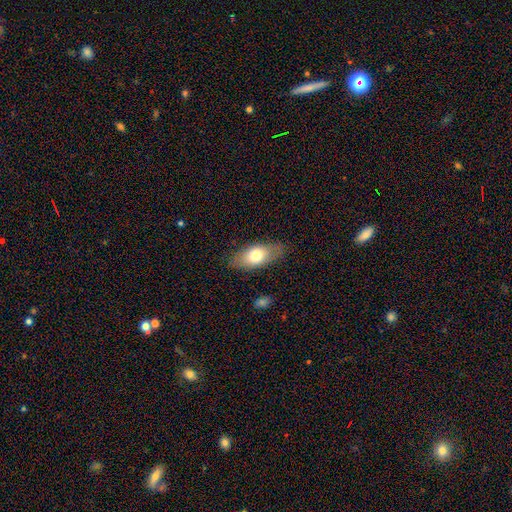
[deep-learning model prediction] Smooth or featured?
  - smooth: 71% *
  - featured or disk: 23%
  - star or artifact: 6%
How rounded?
  - in between: 88% *
  - cigar-shaped: 8%
  - round: 4%
Merging?
  - none: 82% *
  - minor disturbance: 14%
  - major disturbance: 3%
  - merger: 1%